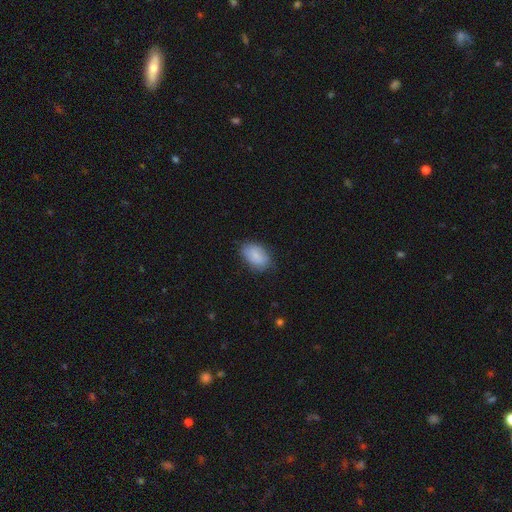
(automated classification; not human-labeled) Overall: smooth (80%). How rounded: in between (91%). Merging: none (75%).